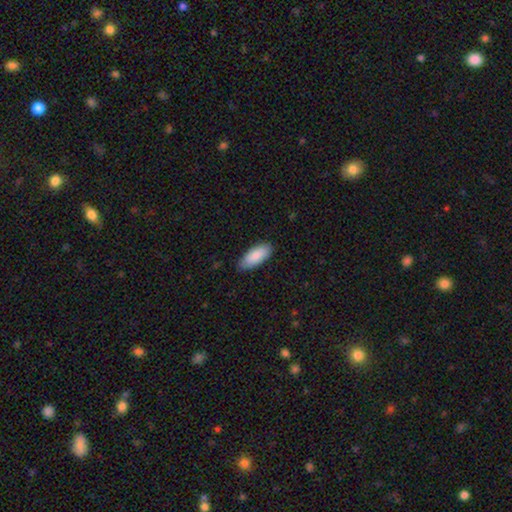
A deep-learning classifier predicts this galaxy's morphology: Overall: smooth (89%). How rounded: in between (86%). Merging: none (82%).